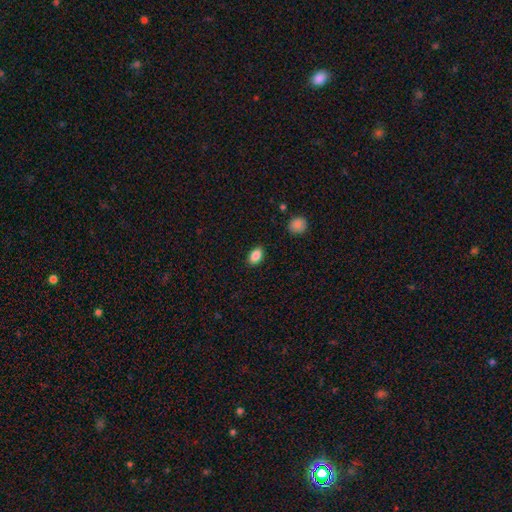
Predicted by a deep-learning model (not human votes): This appears to be a smooth galaxy with no disk features (88%) that is in between round and cigar-shaped (88%). Merging: none (88%).